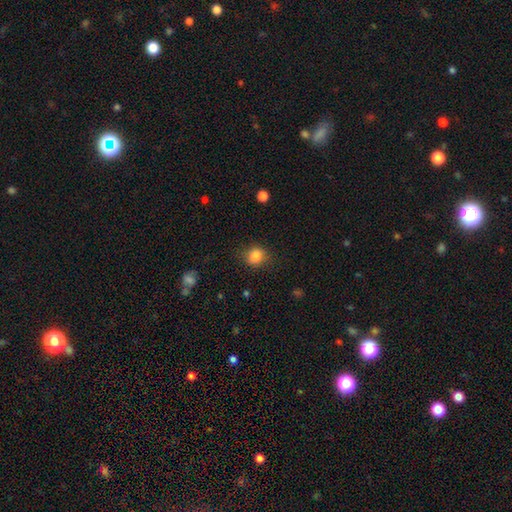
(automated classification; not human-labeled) A smooth galaxy with no disk features (83%) that is round (72%).

Vote fractions:
- Smooth or featured? smooth: 83% / star or artifact: 11% / featured or disk: 7%
- How rounded? round: 72% / in between: 27% / cigar-shaped: 1%
- Merging? none: 79% / minor disturbance: 16% / major disturbance: 4% / merger: 1%